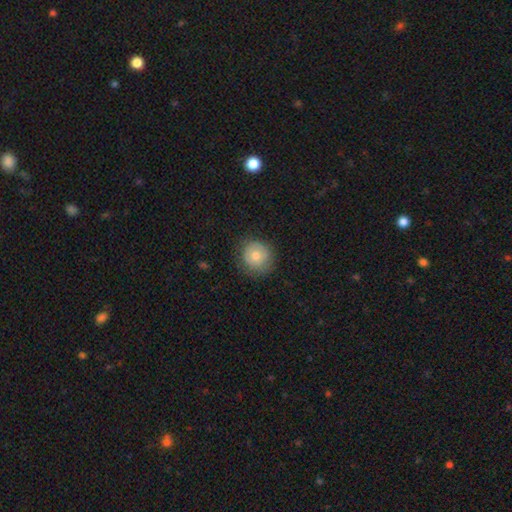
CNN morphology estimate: Smooth or featured?
  - smooth: 72% *
  - featured or disk: 20%
  - star or artifact: 9%
How rounded?
  - round: 89% *
  - in between: 10%
  - cigar-shaped: 1%
Merging?
  - none: 79% *
  - minor disturbance: 16%
  - major disturbance: 4%
  - merger: 1%